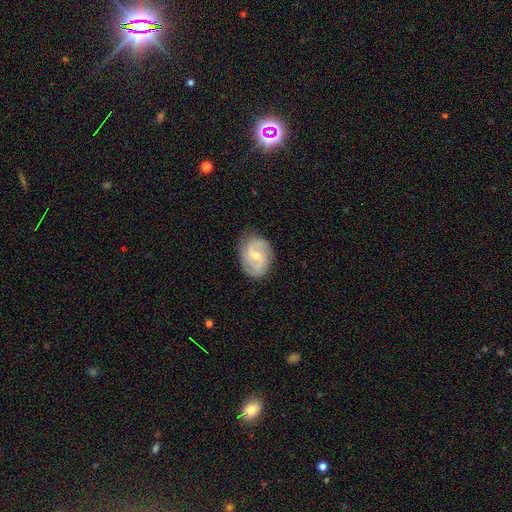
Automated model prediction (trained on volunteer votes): Smooth or featured? Predicted: featured or disk (p=0.73). Edge-on disk? Predicted: no (p=0.97). Bar? Predicted: weak (p=0.54). Spiral arms? Predicted: yes (p=0.91). Spiral winding? Predicted: medium (p=0.44). Spiral arm count? Predicted: 2 (p=0.66). Bulge size? Predicted: small (p=0.50). Merging? Predicted: none (p=0.78).